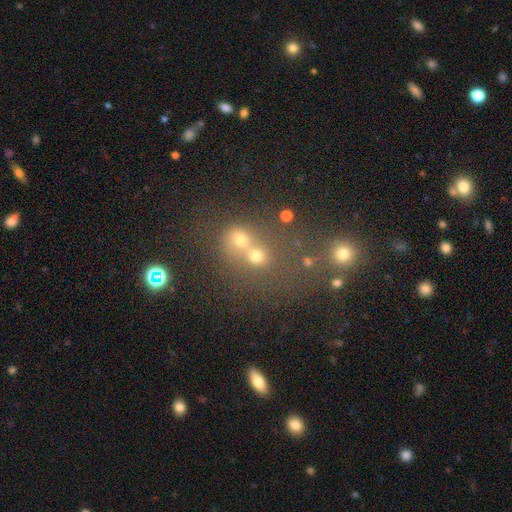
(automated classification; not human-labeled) A smooth galaxy with no disk features (62%) that is round (77%). Merging: merger (51%).